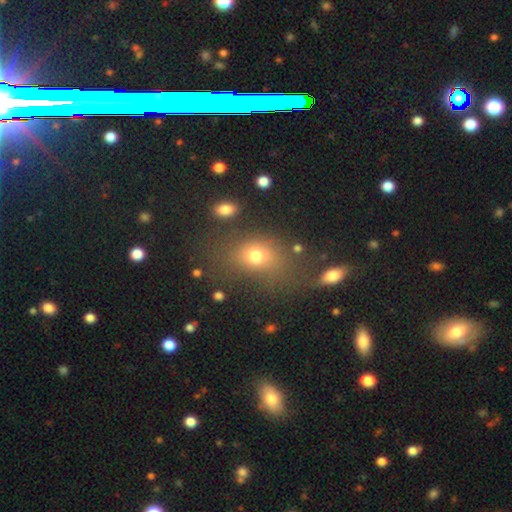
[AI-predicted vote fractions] This appears to be a smooth galaxy with no disk features (71%) that is in between round and cigar-shaped (60%). Merging: none (63%).